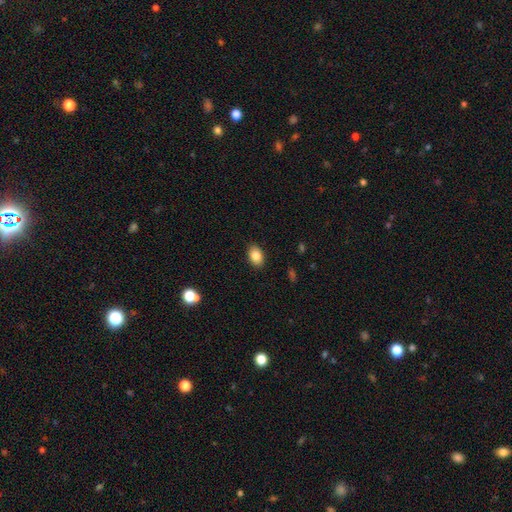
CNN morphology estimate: Smooth or featured: smooth — 85% (star or artifact — 8%)
How rounded: in between — 84% (round — 15%)
Merging: none — 88% (minor disturbance — 9%)